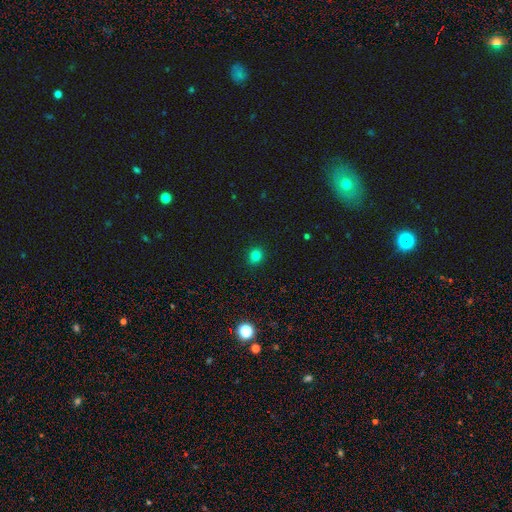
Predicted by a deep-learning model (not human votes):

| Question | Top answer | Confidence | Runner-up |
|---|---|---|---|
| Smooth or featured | smooth | 80% | star or artifact (15%) |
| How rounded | round | 83% | in between (16%) |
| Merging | none | 91% | minor disturbance (6%) |